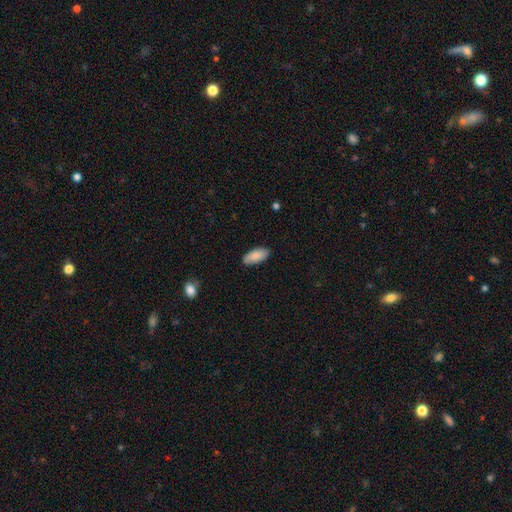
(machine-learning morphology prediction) smooth-or-featured: smooth: 86% | featured or disk: 8% | star or artifact: 6%
  how-rounded: in between: 88% | cigar-shaped: 10% | round: 2%
  merging: none: 85% | minor disturbance: 12% | major disturbance: 2% | merger: 1%